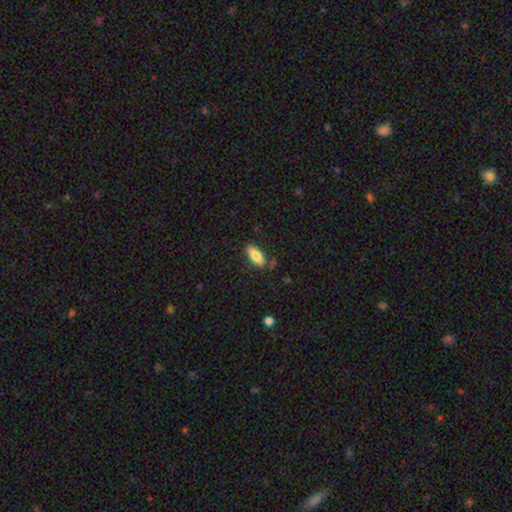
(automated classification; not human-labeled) Smooth or featured? smooth (79%)
How rounded? in between (76%)
Merging? none (81%)